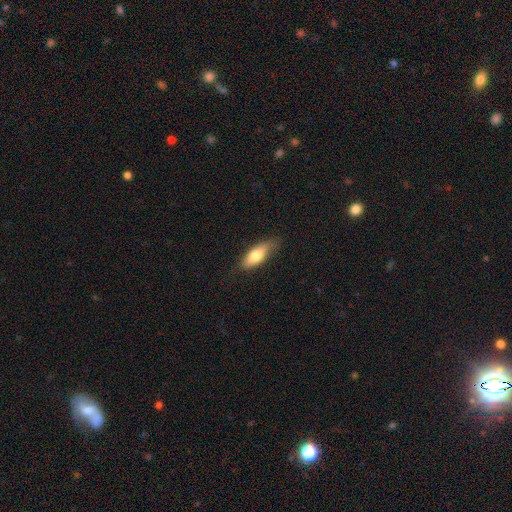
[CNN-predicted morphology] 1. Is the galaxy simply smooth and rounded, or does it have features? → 71% smooth, 22% featured or disk, 6% star or artifact.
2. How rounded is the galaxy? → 68% in between, 29% cigar-shaped, 3% round.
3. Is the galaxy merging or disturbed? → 70% none, 24% minor disturbance, 5% major disturbance, 1% merger.